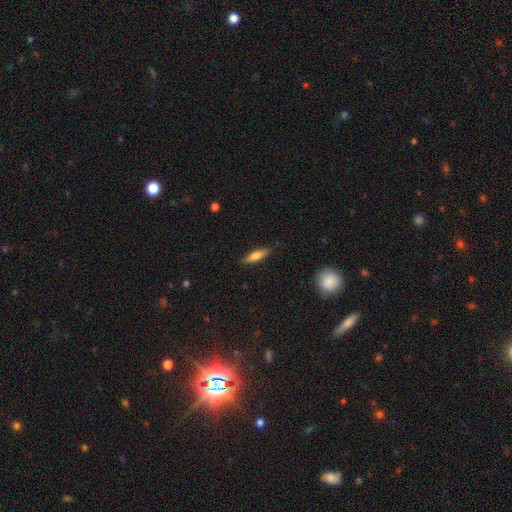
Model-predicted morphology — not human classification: type=smooth (67%); roundness=cigar-shaped (65%); merging=none (87%).